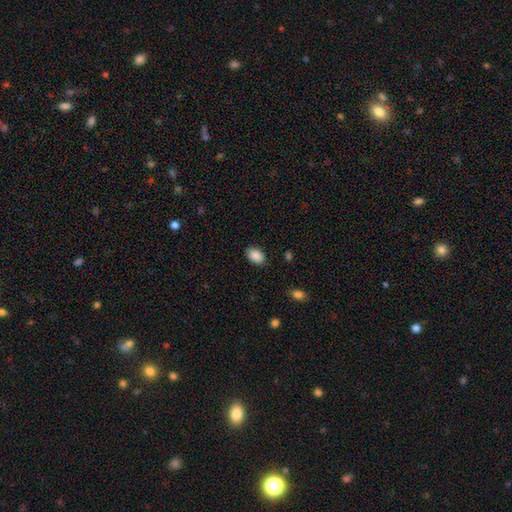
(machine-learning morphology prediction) The model was most divided on "how rounded": in between: 86%, round: 13%, cigar-shaped: 1%. More confident: smooth or featured — smooth (89%); merging — none (86%).